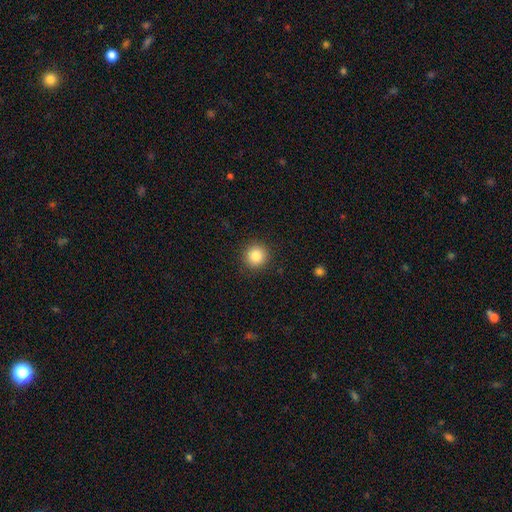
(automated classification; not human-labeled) Smooth or featured? Predicted: smooth (p=0.84). How rounded? Predicted: round (p=0.94). Merging? Predicted: none (p=0.91).